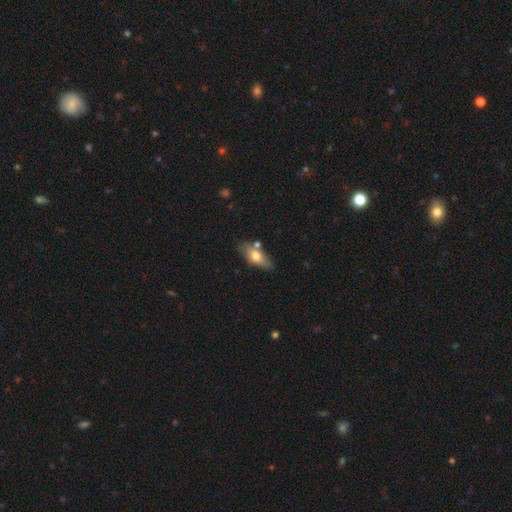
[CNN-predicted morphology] A smooth galaxy with no disk features (63%) that is in between round and cigar-shaped (76%).

Vote fractions:
- Smooth or featured? smooth: 63% / featured or disk: 31% / star or artifact: 7%
- How rounded? in between: 76% / cigar-shaped: 20% / round: 4%
- Merging? none: 68% / minor disturbance: 17% / merger: 10% / major disturbance: 4%